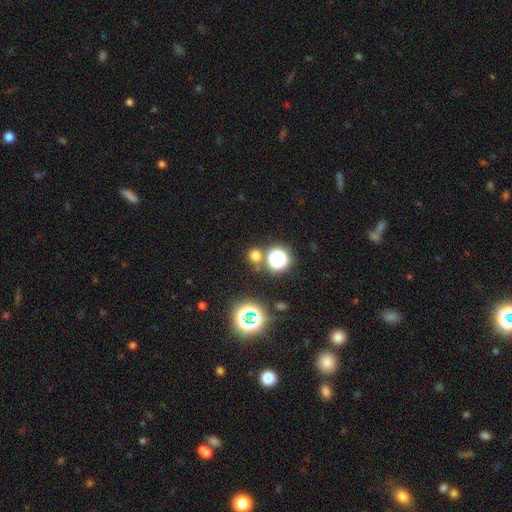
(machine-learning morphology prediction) The model was most divided on "smooth or featured": smooth: 62%, star or artifact: 32%, featured or disk: 6%. More confident: how rounded — round (91%); merging — none (77%).